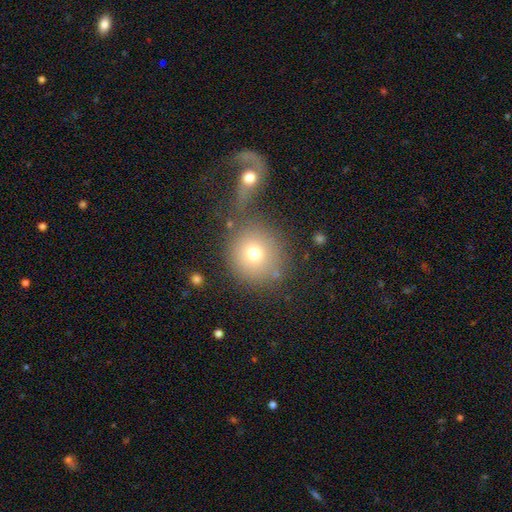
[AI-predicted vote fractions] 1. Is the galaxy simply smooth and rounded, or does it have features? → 73% smooth, 14% star or artifact, 13% featured or disk.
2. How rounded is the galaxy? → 86% round, 13% in between, 1% cigar-shaped.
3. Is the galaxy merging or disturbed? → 66% none, 14% merger, 12% minor disturbance, 8% major disturbance.